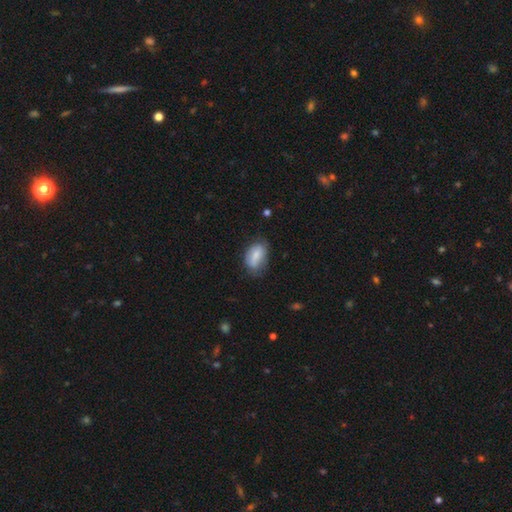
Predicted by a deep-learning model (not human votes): smooth-or-featured: smooth: 74% | featured or disk: 19% | star or artifact: 7%
  how-rounded: in between: 88% | round: 9% | cigar-shaped: 3%
  merging: none: 61% | minor disturbance: 29% | major disturbance: 8% | merger: 2%